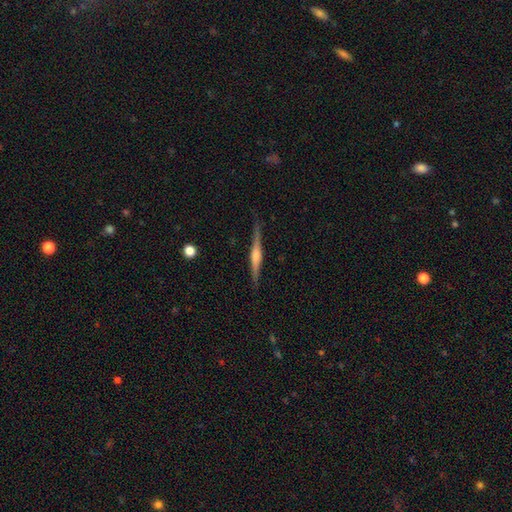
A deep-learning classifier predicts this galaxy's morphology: A featured or disk galaxy (78%) viewed edge-on (98%) with a rounded central bulge (74%). Merging: none (88%).